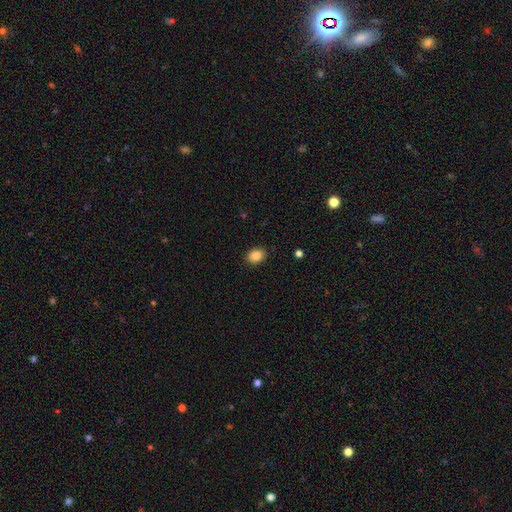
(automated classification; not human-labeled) Q: Smooth or featured?
A: smooth (87%); runner-up: star or artifact (9%)
Q: How rounded?
A: in between (59%); runner-up: round (40%)
Q: Merging?
A: none (88%); runner-up: minor disturbance (9%)